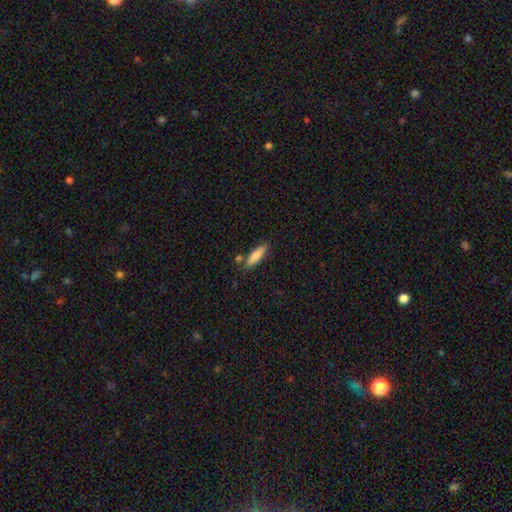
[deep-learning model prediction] Smooth or featured? smooth (79%)
How rounded? cigar-shaped (57%)
Merging? none (76%)